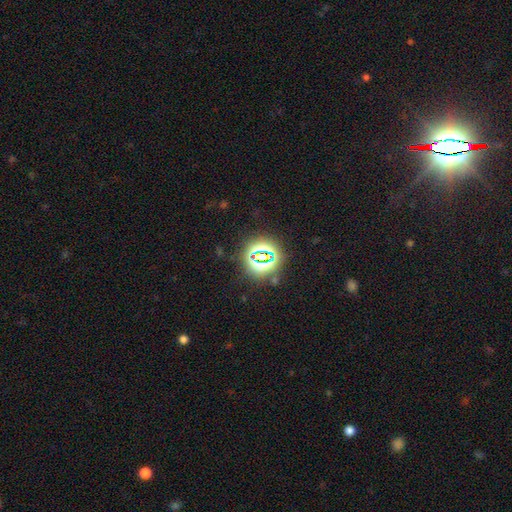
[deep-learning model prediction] A star or artifact, not a galaxy (71%).